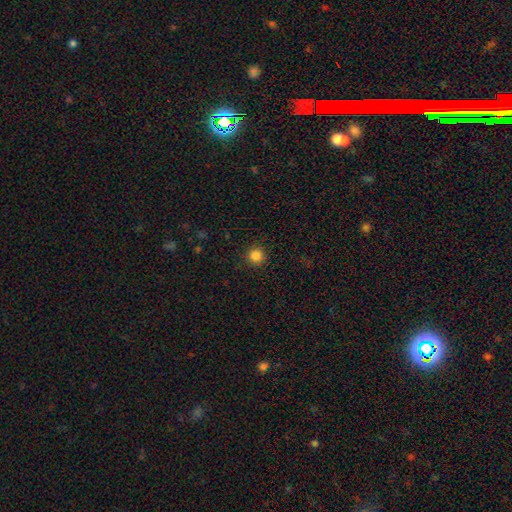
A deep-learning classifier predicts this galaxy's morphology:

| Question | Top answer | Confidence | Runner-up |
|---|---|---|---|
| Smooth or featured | smooth | 84% | star or artifact (12%) |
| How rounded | round | 95% | in between (4%) |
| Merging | none | 92% | minor disturbance (5%) |